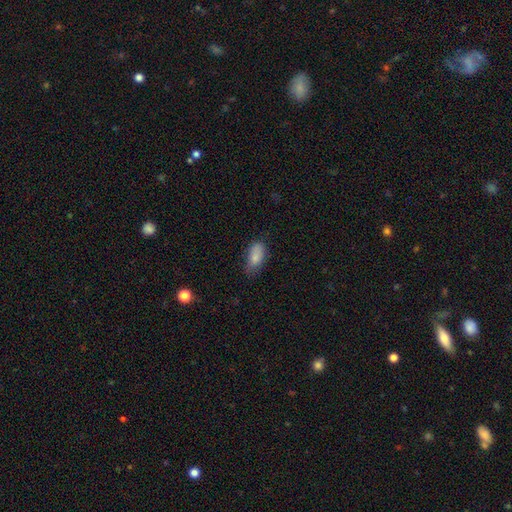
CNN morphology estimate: This appears to be a smooth galaxy with no disk features (84%) that is in between round and cigar-shaped (90%). Merging: none (57%).